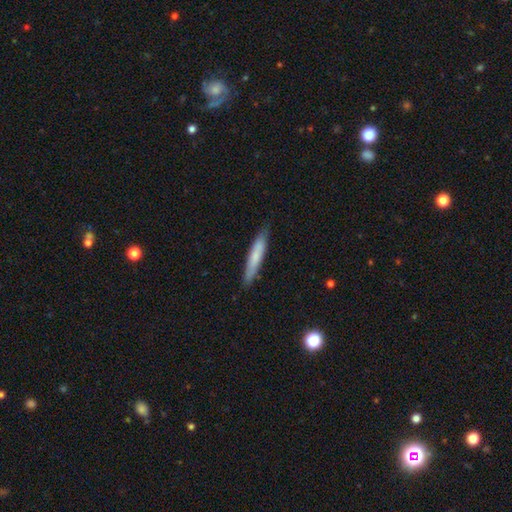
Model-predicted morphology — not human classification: A smooth galaxy with no disk features (70%) that is cigar-shaped (92%). Merging: none (86%).